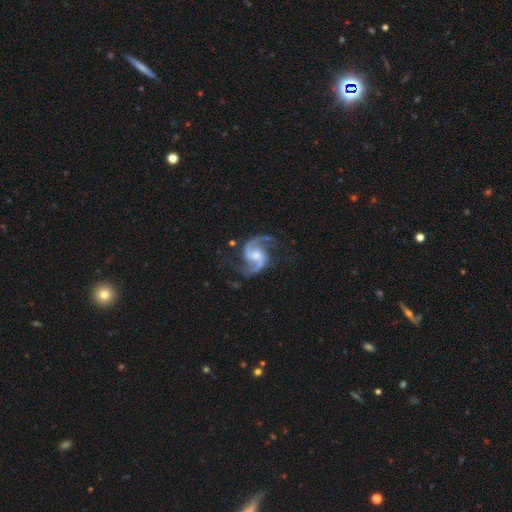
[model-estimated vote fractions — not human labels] A featured or disk galaxy (93%) with no bar (47%), 2 (94%) medium (55%) spiral arms (98%) and a moderate central bulge (47%). Merging: none (73%).